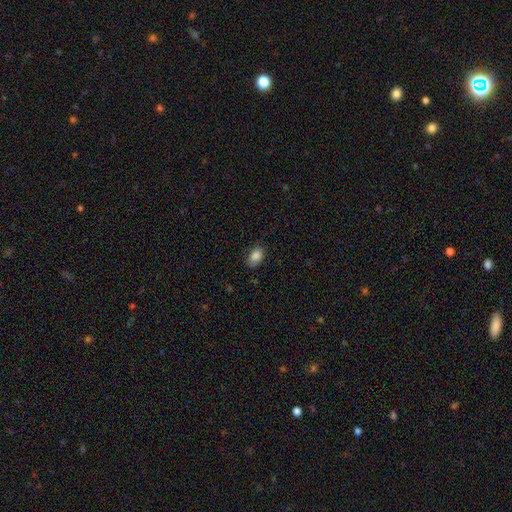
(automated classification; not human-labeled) smooth_or_featured: smooth (p=0.87) [alt: star or artifact p=0.08]
how_rounded: in between (p=0.88) [alt: round p=0.11]
merging: none (p=0.79) [alt: minor disturbance p=0.17]